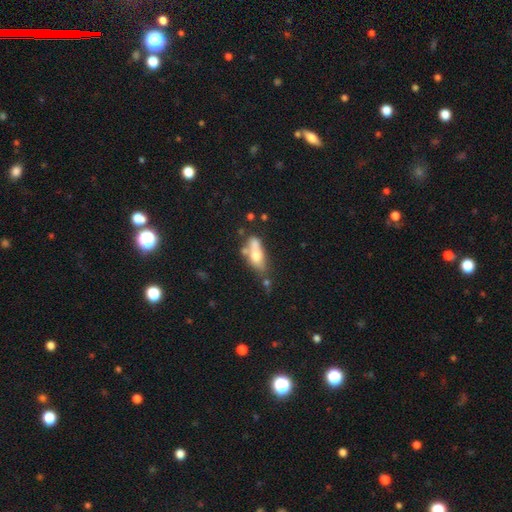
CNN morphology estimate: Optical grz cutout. It shows a smooth galaxy with no disk features (56%) that is in between round and cigar-shaped (69%). Merging: none (35%).